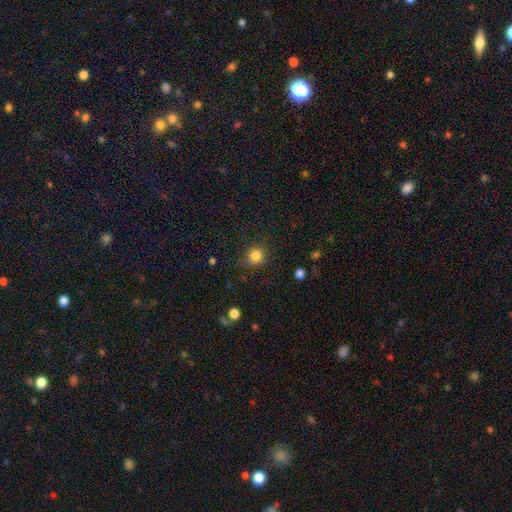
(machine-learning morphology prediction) Overall: smooth (83%). How rounded: round (88%). Merging: none (80%).